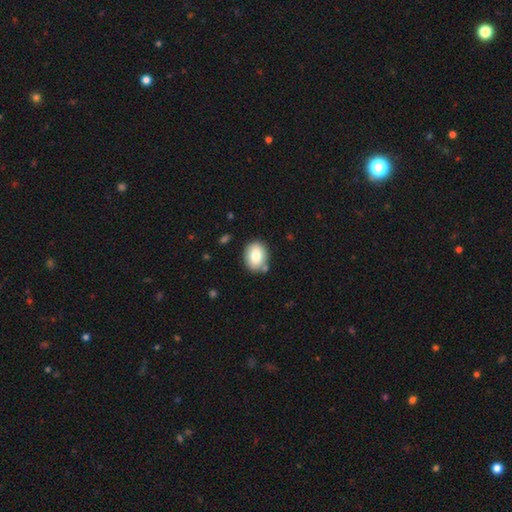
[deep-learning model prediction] smooth_or_featured: smooth (p=0.80) [alt: featured or disk p=0.12]
how_rounded: in between (p=0.60) [alt: round p=0.39]
merging: none (p=0.79) [alt: minor disturbance p=0.12]